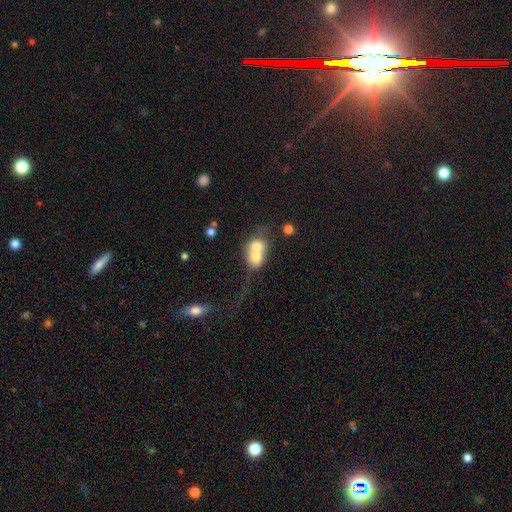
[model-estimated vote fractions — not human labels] smooth-or-featured: smooth: 64% | featured or disk: 26% | star or artifact: 10%
  how-rounded: round: 57% | in between: 42% | cigar-shaped: 2%
  merging: merger: 75% | none: 15% | major disturbance: 5% | minor disturbance: 5%